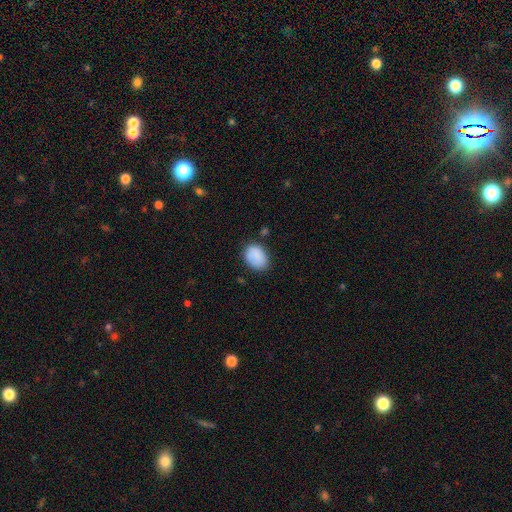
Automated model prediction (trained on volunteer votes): smooth_or_featured: smooth (p=0.87) [alt: star or artifact p=0.07]
how_rounded: in between (p=0.72) [alt: round p=0.27]
merging: none (p=0.74) [alt: minor disturbance p=0.20]